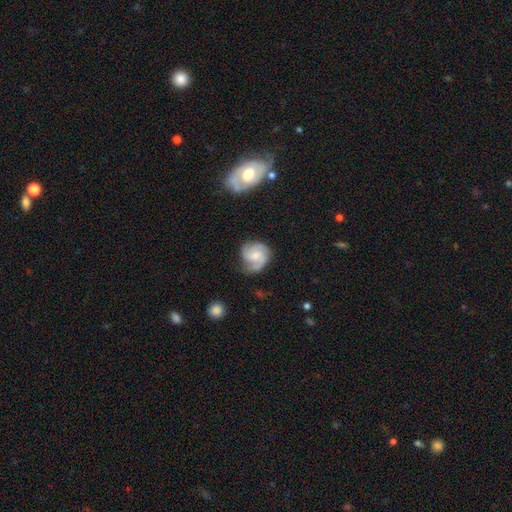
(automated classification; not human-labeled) Smooth or featured?
  - featured or disk: 75% *
  - smooth: 19%
  - star or artifact: 6%
Edge-on disk?
  - no: 98% *
  - yes: 2%
Bar?
  - no: 62% *
  - weak: 33%
  - strong: 5%
Spiral arms?
  - yes: 96% *
  - no: 4%
Spiral winding?
  - medium: 46% *
  - tight: 41%
  - loose: 13%
Spiral arm count?
  - 3: 55% *
  - 2: 23%
  - can't tell: 10%
  - 4: 6%
  - 1: 4%
  - more than 4: 3%
Bulge size?
  - moderate: 46% *
  - small: 41%
  - none: 8%
  - large: 4%
  - dominant: 1%
Merging?
  - none: 67% *
  - minor disturbance: 22%
  - major disturbance: 8%
  - merger: 2%